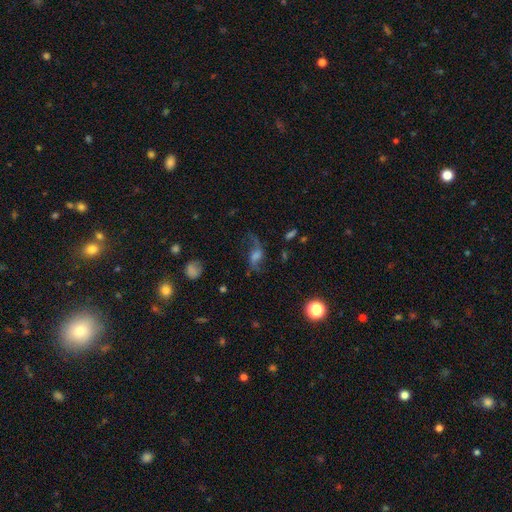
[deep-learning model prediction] Q: Smooth or featured?
A: featured or disk (66%); runner-up: smooth (19%)
Q: Edge-on disk?
A: no (92%); runner-up: yes (8%)
Q: Bar?
A: no (48%); runner-up: weak (40%)
Q: Spiral arms?
A: yes (90%); runner-up: no (10%)
Q: Spiral winding?
A: loose (84%); runner-up: medium (13%)
Q: Spiral arm count?
A: 2 (88%); runner-up: 1 (6%)
Q: Bulge size?
A: moderate (32%); runner-up: small (23%)
Q: Merging?
A: none (61%); runner-up: major disturbance (19%)